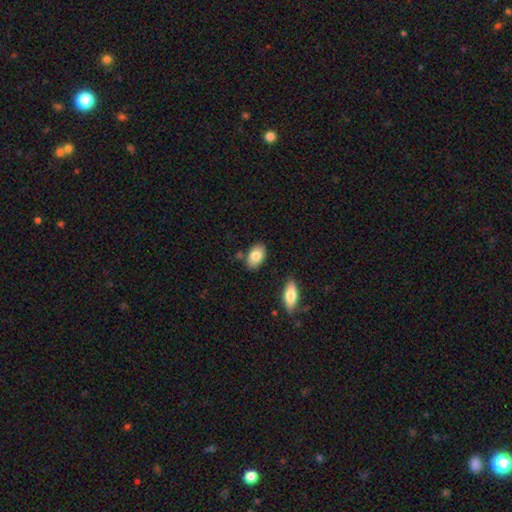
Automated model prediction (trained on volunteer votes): smooth-or-featured: smooth: 81% | featured or disk: 12% | star or artifact: 6%
  how-rounded: in between: 90% | round: 8% | cigar-shaped: 2%
  merging: none: 82% | minor disturbance: 11% | merger: 5% | major disturbance: 2%